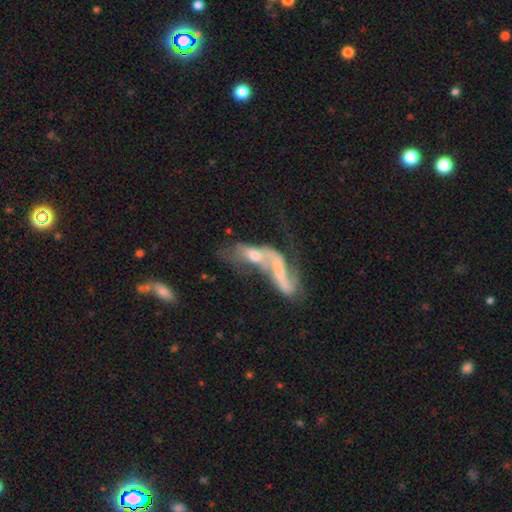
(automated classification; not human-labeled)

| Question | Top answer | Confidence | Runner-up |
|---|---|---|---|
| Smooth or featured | featured or disk | 53% | smooth (29%) |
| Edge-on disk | no | 70% | yes (30%) |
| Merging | merger | 61% | none (19%) |